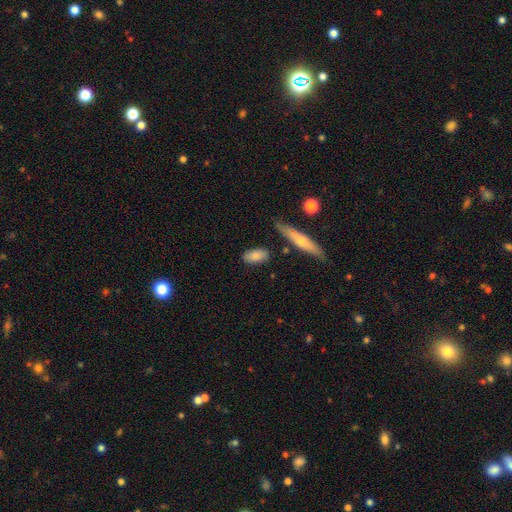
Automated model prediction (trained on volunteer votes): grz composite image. It shows a smooth galaxy with no disk features (82%) that is in between round and cigar-shaped (88%). Merging: none (78%).